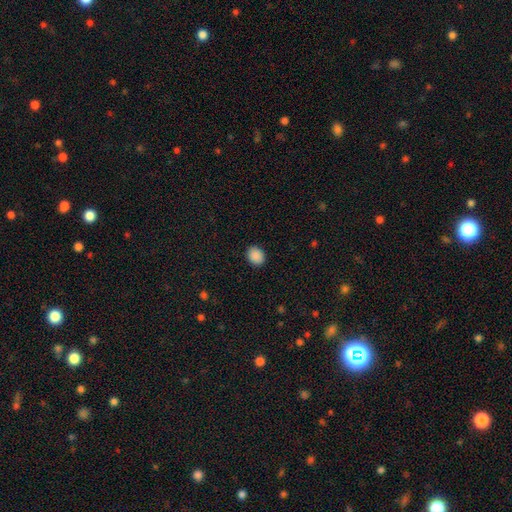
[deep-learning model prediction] smooth 89%, star or artifact 8%, featured or disk 2%. Down the decision tree: how rounded — round (52%); merging — none (90%).